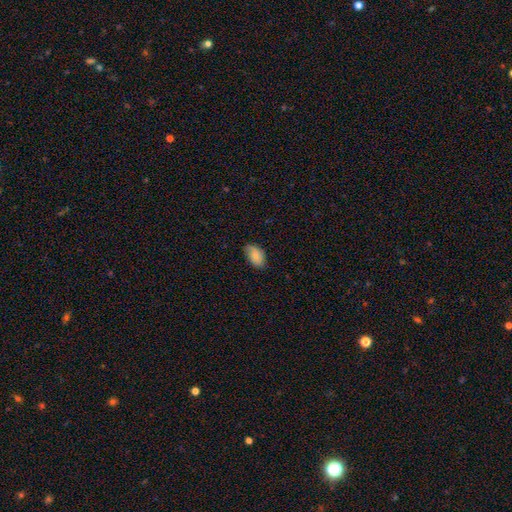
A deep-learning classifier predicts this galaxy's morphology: A smooth galaxy with no disk features (77%) that is in between round and cigar-shaped (92%).

Vote fractions:
- Smooth or featured? smooth: 77% / featured or disk: 15% / star or artifact: 7%
- How rounded? in between: 92% / round: 6% / cigar-shaped: 2%
- Merging? none: 74% / minor disturbance: 21% / major disturbance: 4% / merger: 1%